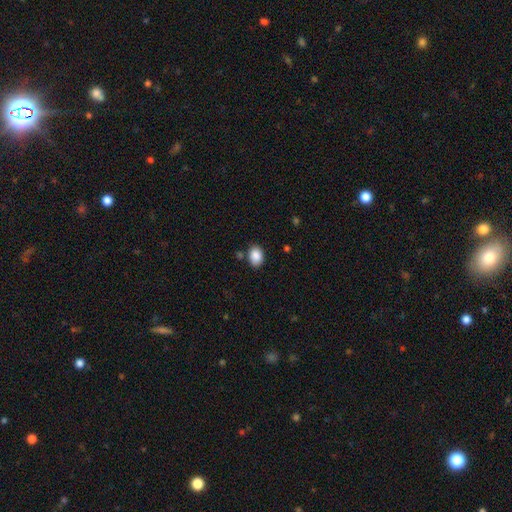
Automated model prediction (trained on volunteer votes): Smooth or featured? smooth (88%)
How rounded? in between (73%)
Merging? none (80%)